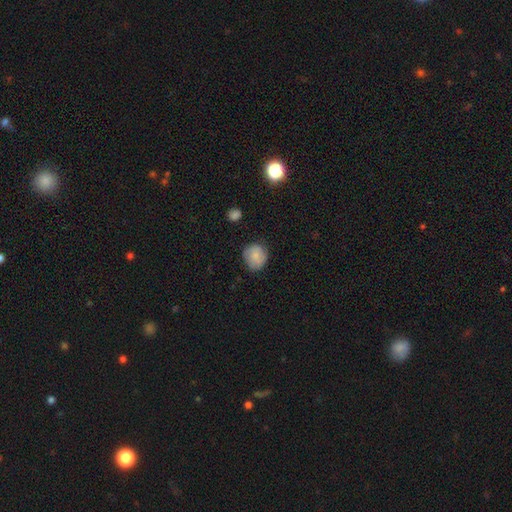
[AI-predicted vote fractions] Smooth or featured: smooth — 74% (featured or disk — 18%)
How rounded: round — 80% (in between — 19%)
Merging: none — 75% (minor disturbance — 19%)